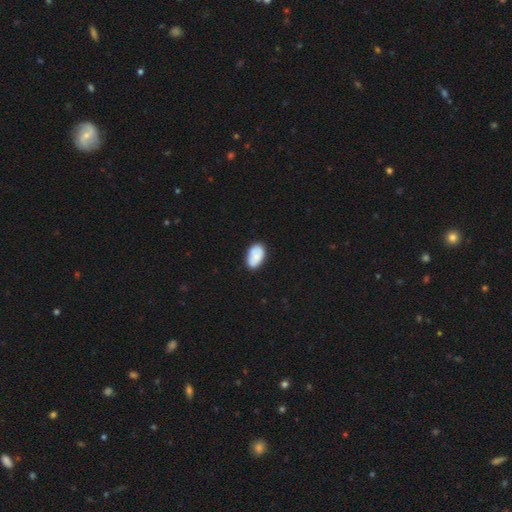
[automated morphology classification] Smooth or featured? Predicted: smooth (p=0.78). How rounded? Predicted: in between (p=0.92). Merging? Predicted: none (p=0.75).